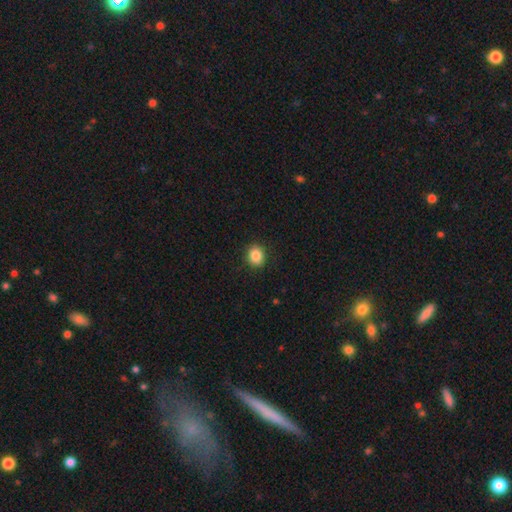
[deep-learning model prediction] smooth_or_featured: smooth (p=0.87) [alt: star or artifact p=0.09]
how_rounded: round (p=0.67) [alt: in between p=0.32]
merging: none (p=0.90) [alt: minor disturbance p=0.07]